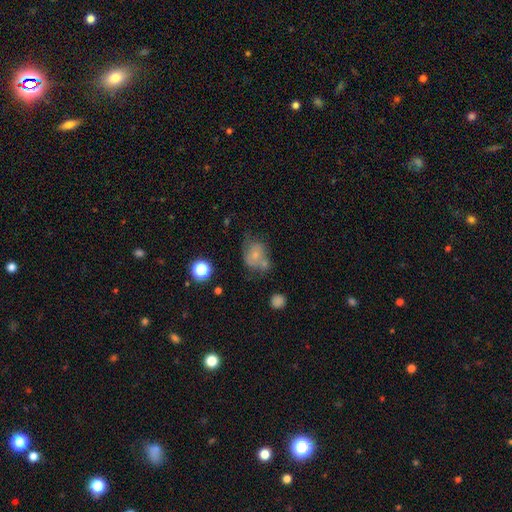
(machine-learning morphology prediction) smooth_or_featured: smooth (p=0.59) [alt: featured or disk p=0.28]
how_rounded: round (p=0.52) [alt: in between p=0.47]
merging: none (p=0.36) [alt: merger p=0.26]